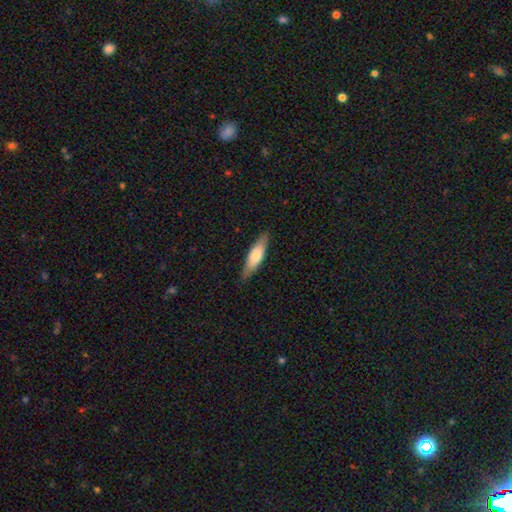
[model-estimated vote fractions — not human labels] This is likely a smooth galaxy (66%). How rounded: possibly cigar-shaped (59%). Merging: clearly none (86%).